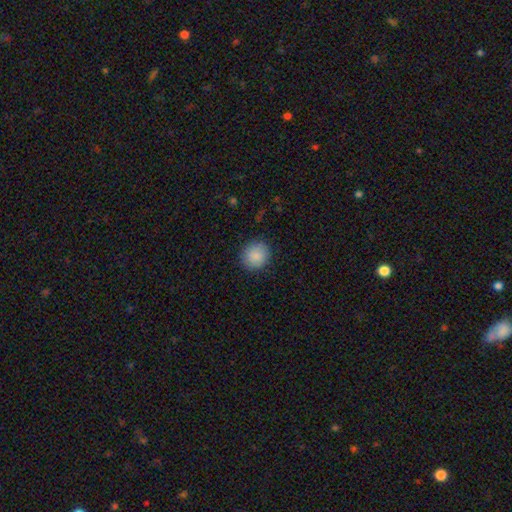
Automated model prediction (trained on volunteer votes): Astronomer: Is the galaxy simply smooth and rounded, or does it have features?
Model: smooth — 88%.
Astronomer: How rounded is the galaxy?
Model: round — 88%.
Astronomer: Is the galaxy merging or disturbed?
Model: none — 90%.